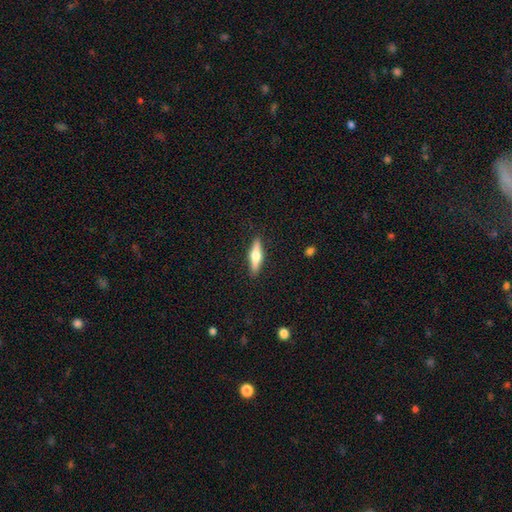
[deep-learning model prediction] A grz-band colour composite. It shows a featured or disk galaxy (50%). Merging: none (90%).